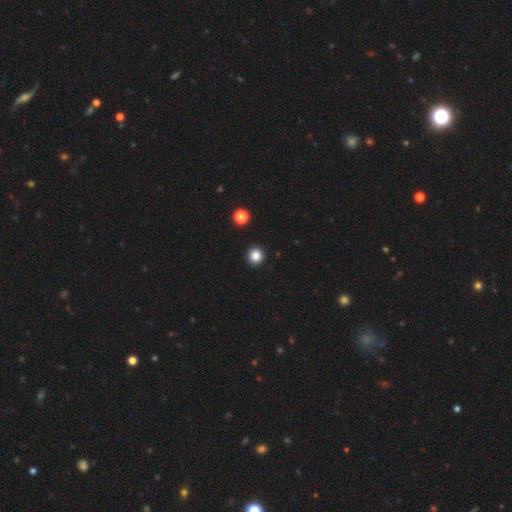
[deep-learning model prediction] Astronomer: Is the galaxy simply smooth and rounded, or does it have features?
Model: smooth — 85%.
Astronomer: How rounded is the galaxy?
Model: round — 91%.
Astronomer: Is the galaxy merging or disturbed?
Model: none — 93%.